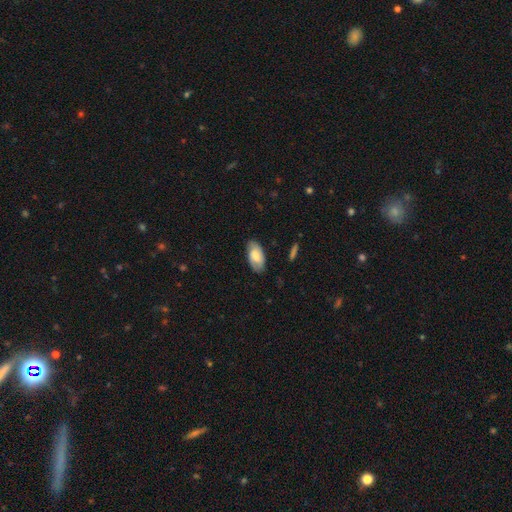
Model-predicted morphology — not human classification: smooth-or-featured: smooth: 72% | featured or disk: 21% | star or artifact: 6%
  how-rounded: in between: 94% | cigar-shaped: 3% | round: 2%
  merging: none: 79% | minor disturbance: 17% | major disturbance: 3% | merger: 1%